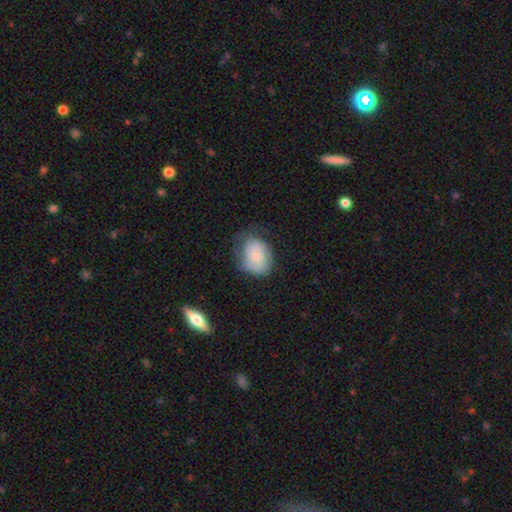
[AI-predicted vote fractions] This is possibly a smooth galaxy (52%). How rounded: likely in between (63%). Merging: possibly none (50%).